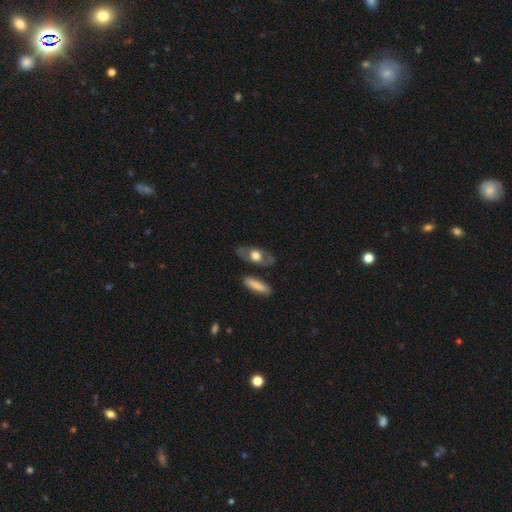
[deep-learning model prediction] Smooth or featured: featured or disk — 48% (smooth — 46%)
Merging: none — 77% (minor disturbance — 13%)